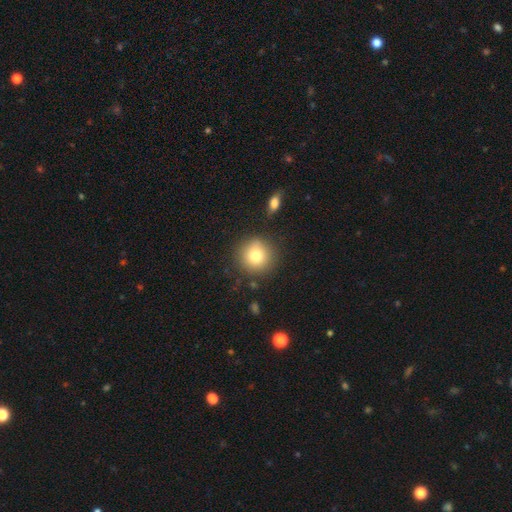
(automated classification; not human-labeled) Smooth or featured? smooth (79%)
How rounded? round (93%)
Merging? none (84%)